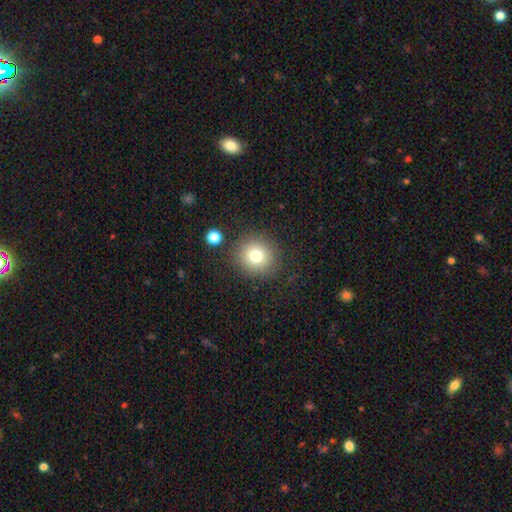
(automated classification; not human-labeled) smooth 77%, star or artifact 13%, featured or disk 10%. Down the decision tree: how rounded — round (90%); merging — none (86%).